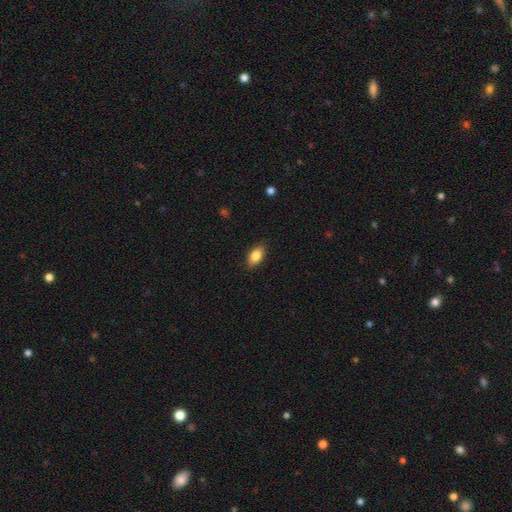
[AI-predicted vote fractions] Overall: smooth (84%). How rounded: in between (89%). Merging: none (87%).